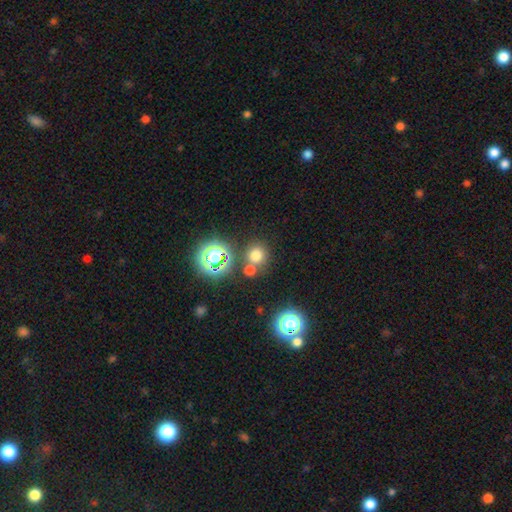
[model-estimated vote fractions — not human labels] smooth-or-featured: smooth: 68% | star or artifact: 25% | featured or disk: 8%
  how-rounded: round: 88% | in between: 11% | cigar-shaped: 1%
  merging: none: 69% | merger: 19% | minor disturbance: 8% | major disturbance: 4%